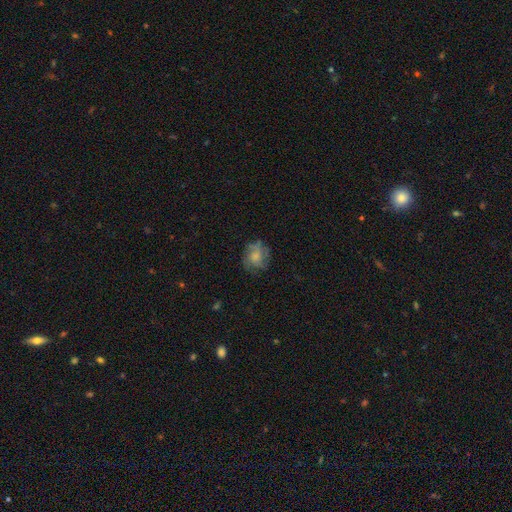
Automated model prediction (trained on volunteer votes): The model was most divided on "smooth or featured": smooth: 52%, featured or disk: 39%, star or artifact: 10%. More confident: how rounded — round (70%); merging — none (66%).